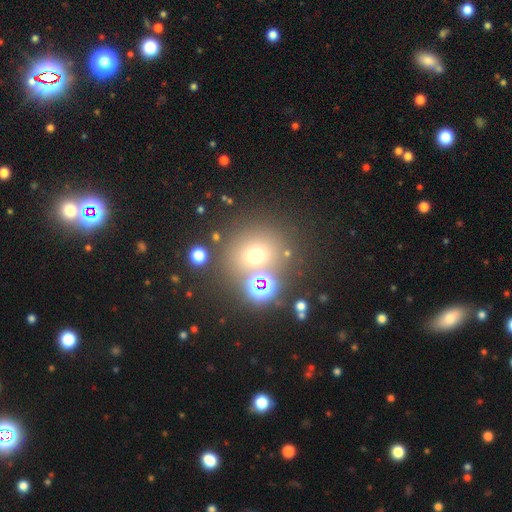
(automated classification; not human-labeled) Smooth or featured? smooth (54%)
How rounded? round (82%)
Merging? none (73%)